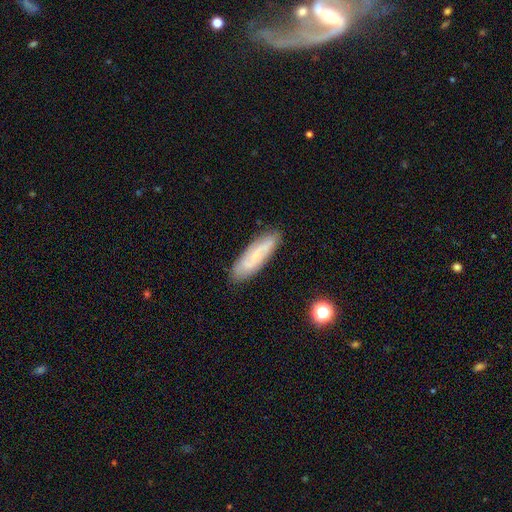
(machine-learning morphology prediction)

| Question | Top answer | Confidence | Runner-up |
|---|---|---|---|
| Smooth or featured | featured or disk | 53% | smooth (39%) |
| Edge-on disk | no | 79% | yes (21%) |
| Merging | none | 84% | minor disturbance (12%) |